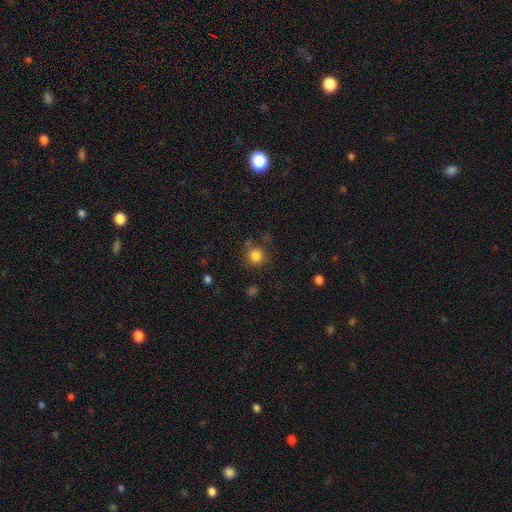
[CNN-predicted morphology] Overall: smooth (83%). How rounded: round (92%). Merging: none (76%).